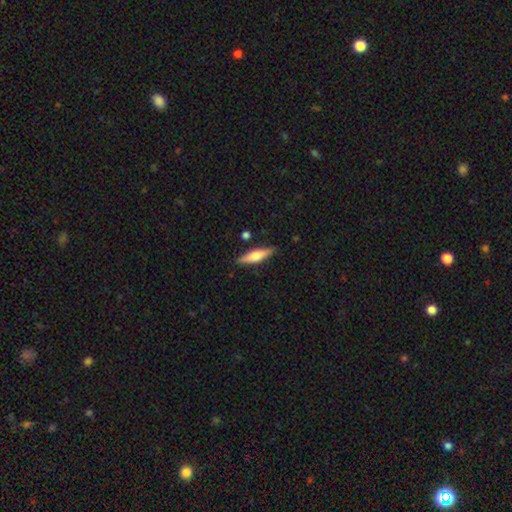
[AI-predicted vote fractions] Overall: smooth (52%; featured or disk 42%). How rounded: cigar-shaped (71%). Merging: none (87%).